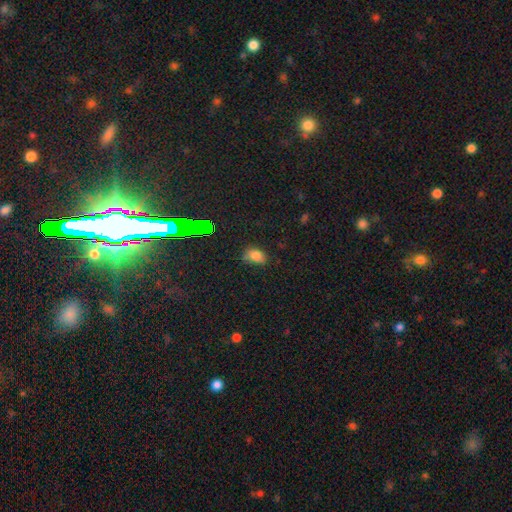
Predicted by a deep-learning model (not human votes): A smooth galaxy with no disk features (77%) that is in between round and cigar-shaped (80%).

Vote fractions:
- Smooth or featured? smooth: 77% / star or artifact: 16% / featured or disk: 8%
- How rounded? in between: 80% / round: 18% / cigar-shaped: 2%
- Merging? none: 61% / minor disturbance: 28% / major disturbance: 8% / merger: 3%